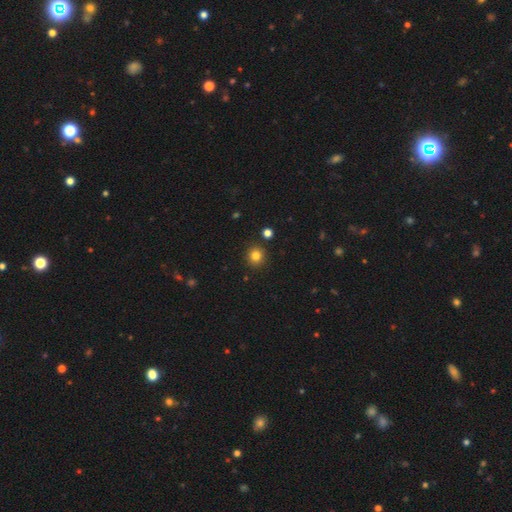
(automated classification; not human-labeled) A smooth galaxy with no disk features (81%) that is round (90%).

Vote fractions:
- Smooth or featured? smooth: 81% / star or artifact: 13% / featured or disk: 6%
- How rounded? round: 90% / in between: 9% / cigar-shaped: 1%
- Merging? none: 90% / minor disturbance: 6% / merger: 3% / major disturbance: 2%